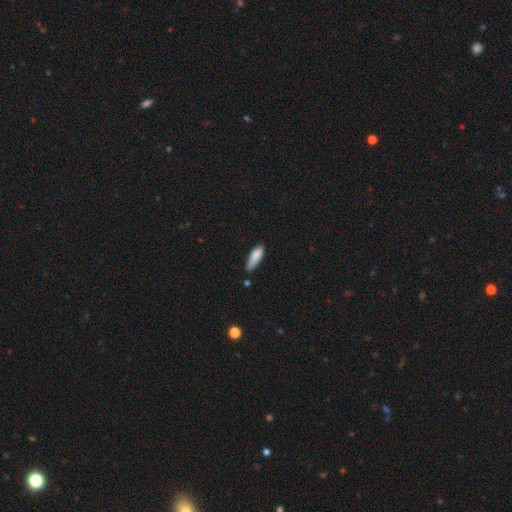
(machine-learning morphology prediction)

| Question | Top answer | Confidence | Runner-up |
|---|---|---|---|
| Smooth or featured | smooth | 84% | featured or disk (9%) |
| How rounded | in between | 52% | cigar-shaped (47%) |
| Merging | none | 51% | minor disturbance (38%) |